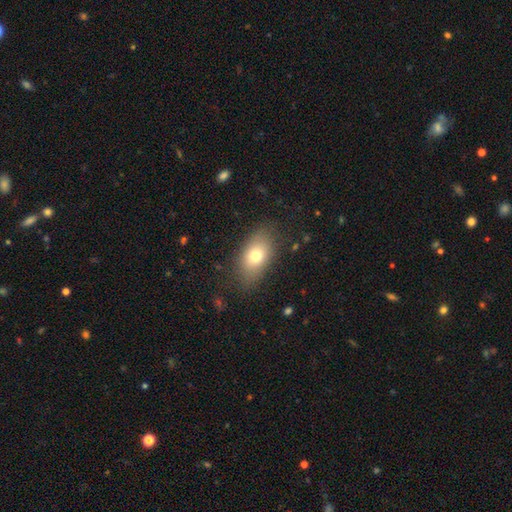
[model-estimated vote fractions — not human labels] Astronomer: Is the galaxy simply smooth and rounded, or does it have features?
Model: smooth — 74%.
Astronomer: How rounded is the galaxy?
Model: in between — 85%.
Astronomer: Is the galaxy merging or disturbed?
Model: none — 79%.